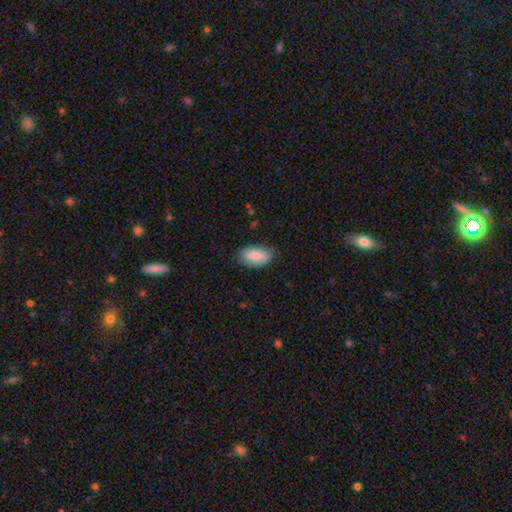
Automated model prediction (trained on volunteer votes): Smooth or featured: smooth — 84% (featured or disk — 10%)
How rounded: in between — 94% (round — 4%)
Merging: none — 76% (minor disturbance — 19%)